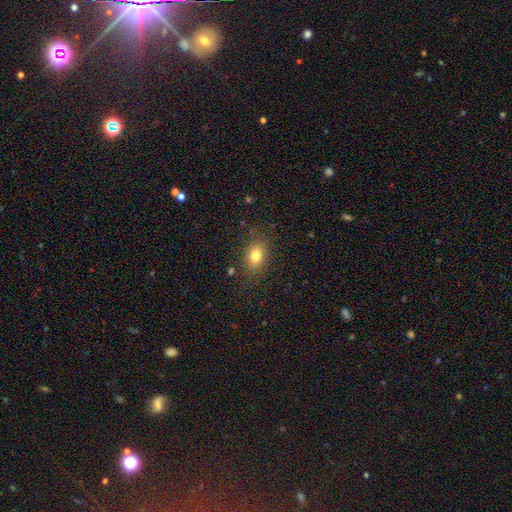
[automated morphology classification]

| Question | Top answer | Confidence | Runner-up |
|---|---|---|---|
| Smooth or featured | smooth | 78% | star or artifact (12%) |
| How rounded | in between | 72% | round (26%) |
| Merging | none | 84% | minor disturbance (11%) |